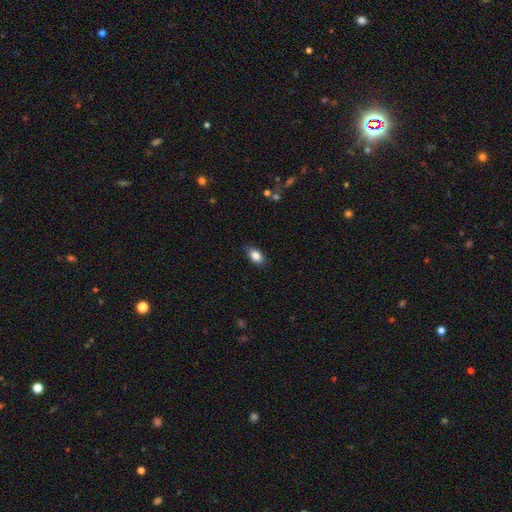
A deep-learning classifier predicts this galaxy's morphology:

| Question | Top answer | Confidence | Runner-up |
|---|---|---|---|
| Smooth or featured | smooth | 85% | star or artifact (8%) |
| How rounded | in between | 90% | round (8%) |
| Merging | none | 86% | minor disturbance (11%) |